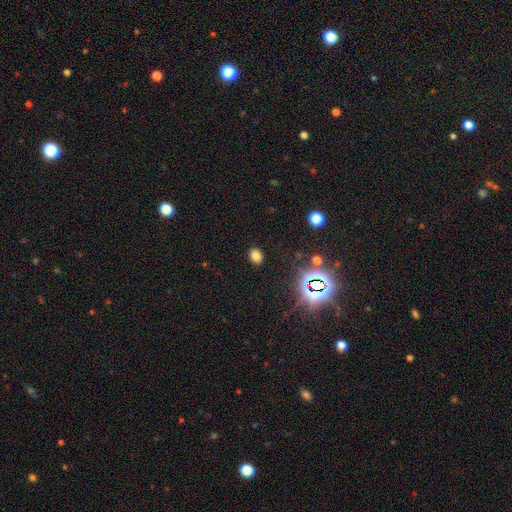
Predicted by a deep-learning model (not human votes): Smooth or featured? smooth (72%)
How rounded? in between (62%)
Merging? none (88%)